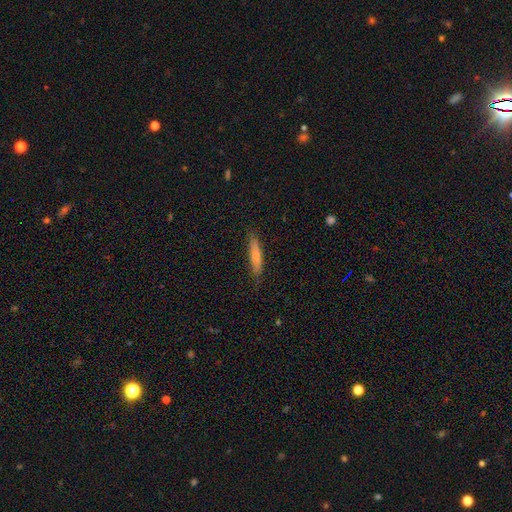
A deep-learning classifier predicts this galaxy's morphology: This is likely a smooth galaxy (75%). How rounded: clearly cigar-shaped (85%). Merging: clearly none (81%).